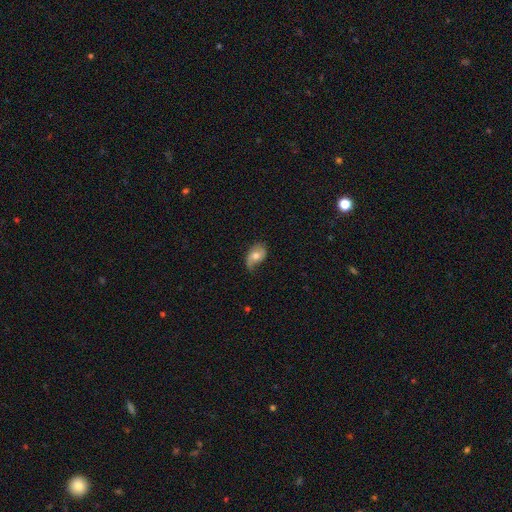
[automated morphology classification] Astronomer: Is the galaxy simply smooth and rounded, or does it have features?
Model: smooth — 55% (runner-up: featured or disk, 37%).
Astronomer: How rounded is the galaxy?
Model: in between — 86%.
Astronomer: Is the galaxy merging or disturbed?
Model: none — 47% (runner-up: minor disturbance, 38%).